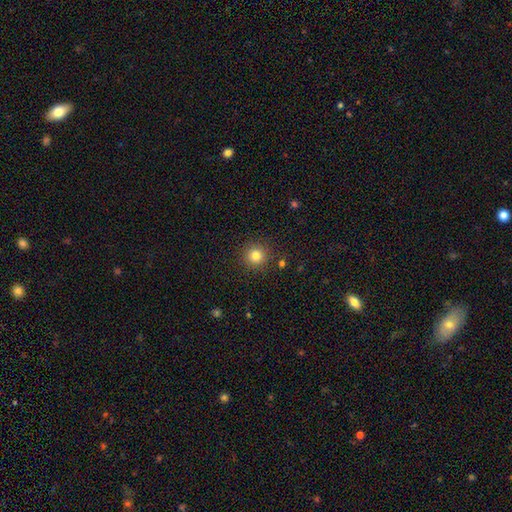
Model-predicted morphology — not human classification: Smooth or featured?
  - smooth: 80% *
  - star or artifact: 13%
  - featured or disk: 7%
How rounded?
  - round: 95% *
  - in between: 5%
  - cigar-shaped: 1%
Merging?
  - none: 90% *
  - minor disturbance: 6%
  - major disturbance: 2%
  - merger: 2%